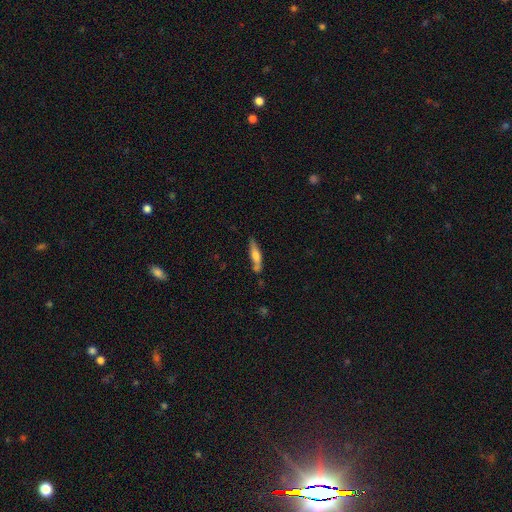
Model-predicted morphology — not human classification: Smooth or featured? smooth (60%)
How rounded? cigar-shaped (78%)
Merging? none (64%)